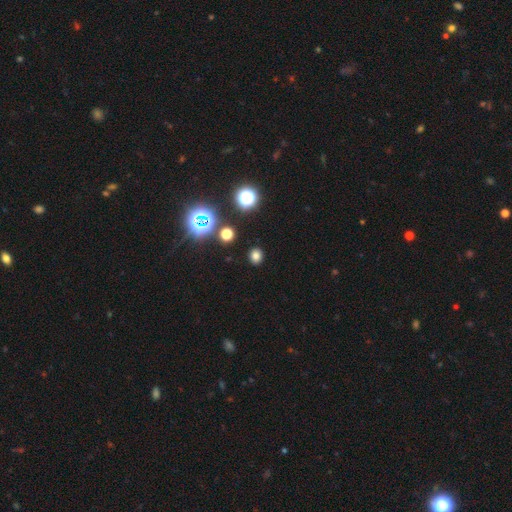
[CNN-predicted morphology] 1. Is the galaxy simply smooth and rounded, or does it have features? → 75% smooth, 20% star or artifact, 5% featured or disk.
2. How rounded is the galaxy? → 64% round, 35% in between, 1% cigar-shaped.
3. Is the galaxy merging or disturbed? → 90% none, 7% minor disturbance, 2% major disturbance, 2% merger.